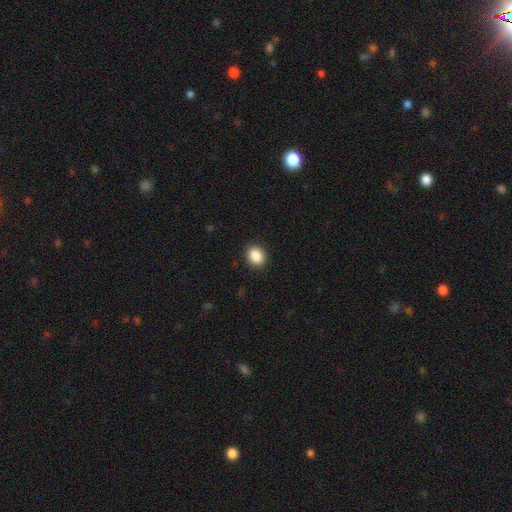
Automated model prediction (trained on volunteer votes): The model was most divided on "how rounded": round: 54%, in between: 45%, cigar-shaped: 1%. More confident: merging — none (90%); smooth or featured — smooth (88%).